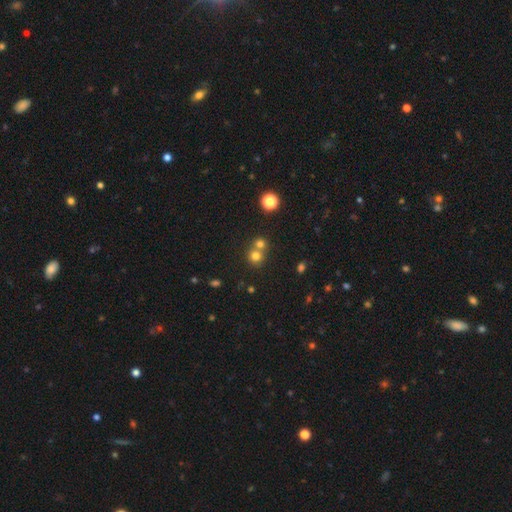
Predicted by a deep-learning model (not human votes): Overall: smooth (73%). How rounded: round (87%). Merging: none (47%; merger 45%).